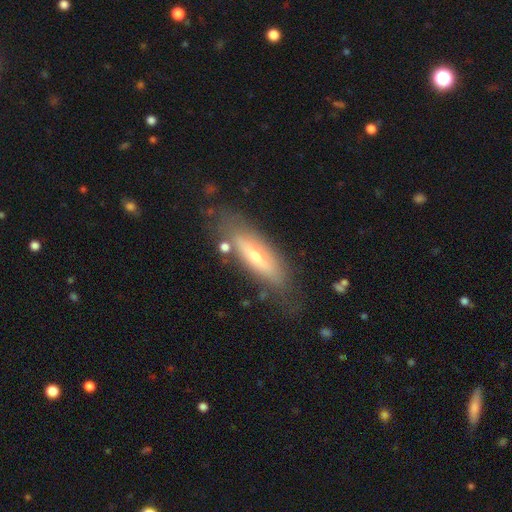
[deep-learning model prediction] Q: Smooth or featured?
A: featured or disk (51%); runner-up: smooth (41%)
Q: Edge-on disk?
A: yes (55%); runner-up: no (45%)
Q: Merging?
A: none (72%); runner-up: minor disturbance (17%)